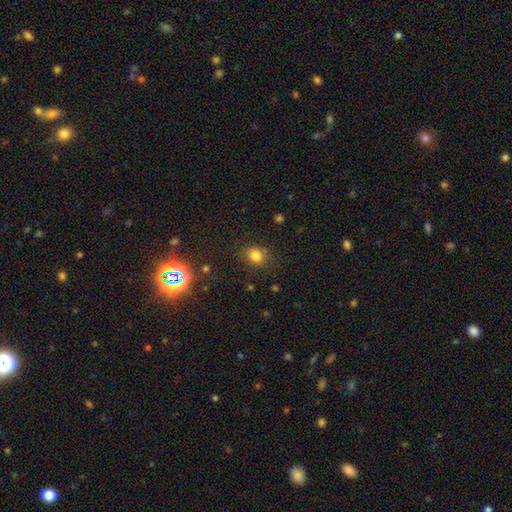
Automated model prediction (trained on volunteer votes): This appears to be a smooth galaxy with no disk features (79%) that is round (66%). Merging: none (83%).